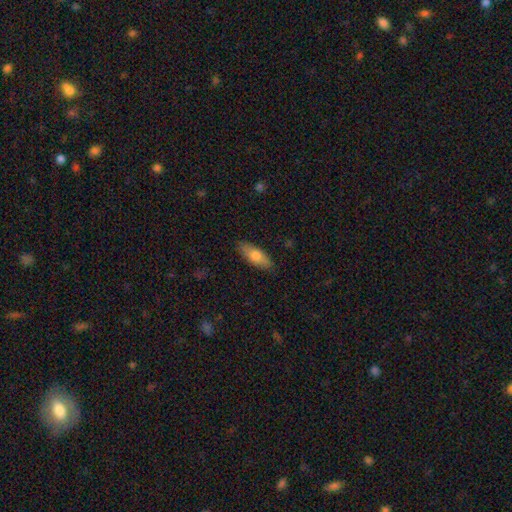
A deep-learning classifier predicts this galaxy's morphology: A smooth galaxy with no disk features (74%) that is in between round and cigar-shaped (75%).

Vote fractions:
- Smooth or featured? smooth: 74% / featured or disk: 20% / star or artifact: 6%
- How rounded? in between: 75% / cigar-shaped: 22% / round: 2%
- Merging? none: 87% / minor disturbance: 10% / major disturbance: 2% / merger: 1%